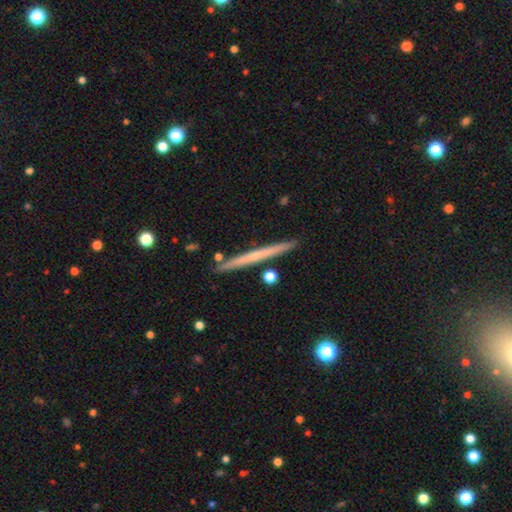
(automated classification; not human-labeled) A featured or disk galaxy (52%) viewed edge-on (98%) with no central bulge (84%).

Vote fractions:
- Smooth or featured? featured or disk: 52% / smooth: 43% / star or artifact: 6%
- Edge-on disk? yes: 98% / no: 2%
- Edge-on bulge? none: 84% / rounded: 13% / boxy: 3%
- Merging? none: 90% / minor disturbance: 6% / merger: 2% / major disturbance: 1%